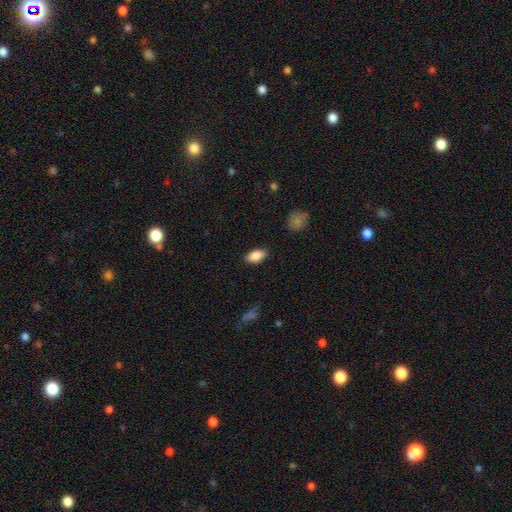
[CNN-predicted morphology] type=smooth (87%); roundness=in between (93%); merging=none (87%).